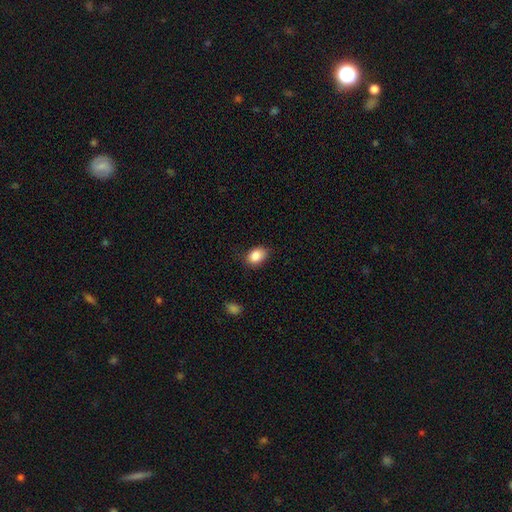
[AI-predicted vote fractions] This is clearly a smooth galaxy (88%). How rounded: likely in between (75%). Merging: likely none (77%).